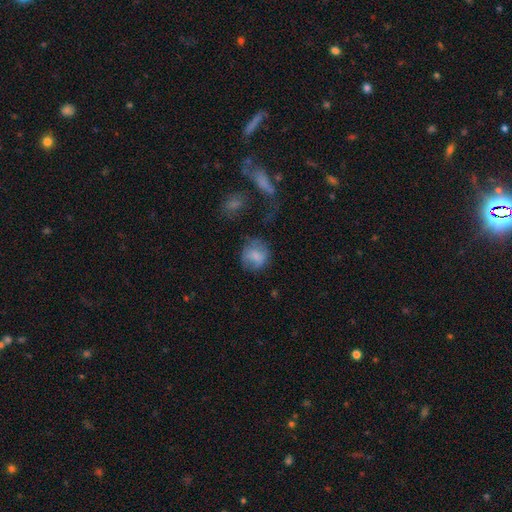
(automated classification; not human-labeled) This appears to be a smooth galaxy with no disk features (73%) that is round (77%). Merging: none (58%).